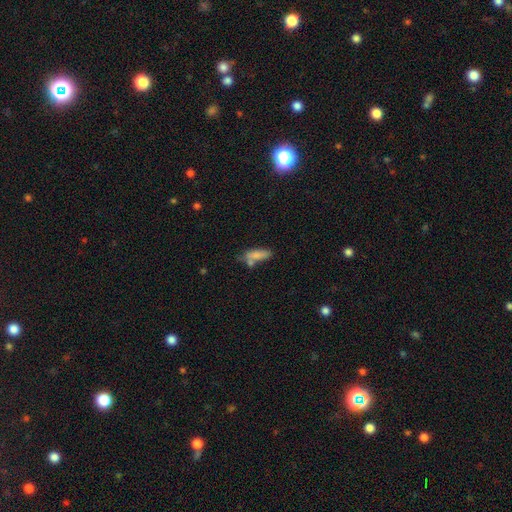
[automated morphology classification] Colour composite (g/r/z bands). It shows a smooth galaxy with no disk features (79%) that is in between round and cigar-shaped (58%). Merging: none (47%).